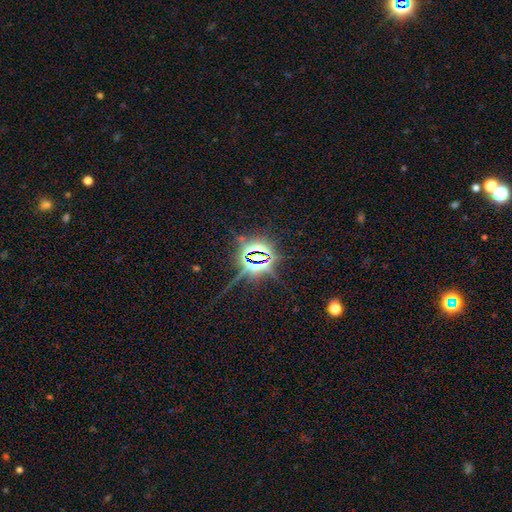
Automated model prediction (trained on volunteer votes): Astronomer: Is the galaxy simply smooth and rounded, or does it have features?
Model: star or artifact — 85%.